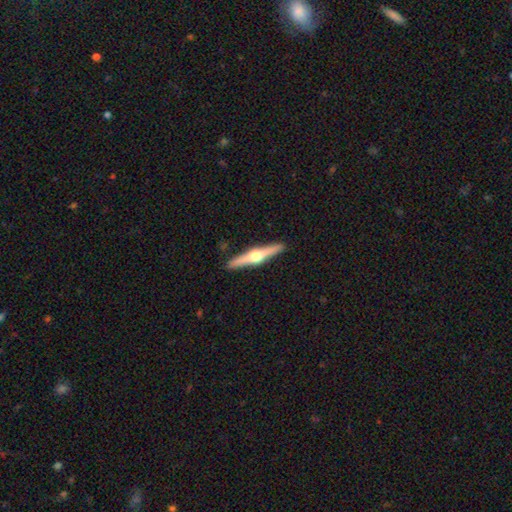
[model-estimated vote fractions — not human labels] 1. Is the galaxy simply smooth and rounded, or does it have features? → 76% featured or disk, 20% smooth, 5% star or artifact.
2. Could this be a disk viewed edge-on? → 98% yes, 2% no.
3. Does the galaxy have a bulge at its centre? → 96% rounded, 2% boxy, 2% none.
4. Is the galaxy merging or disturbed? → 92% none, 6% minor disturbance, 1% major disturbance, 1% merger.